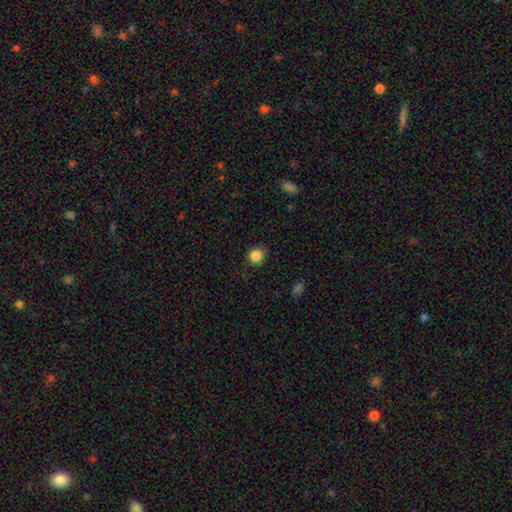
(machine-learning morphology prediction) This is clearly a smooth galaxy (86%). How rounded: clearly round (86%). Merging: clearly none (85%).